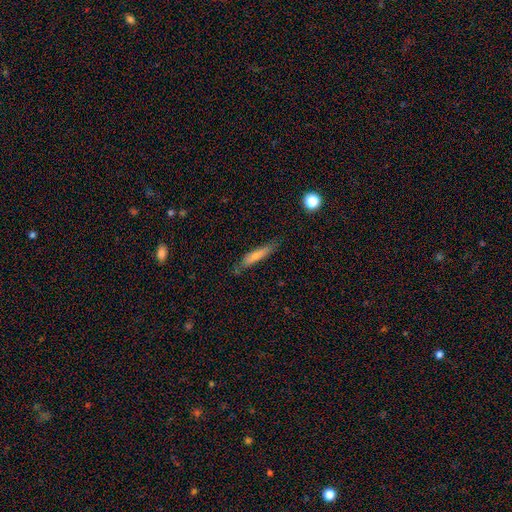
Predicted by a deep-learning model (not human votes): Smooth or featured: smooth — 69% (featured or disk — 24%)
How rounded: cigar-shaped — 86% (in between — 12%)
Merging: none — 74% (minor disturbance — 20%)